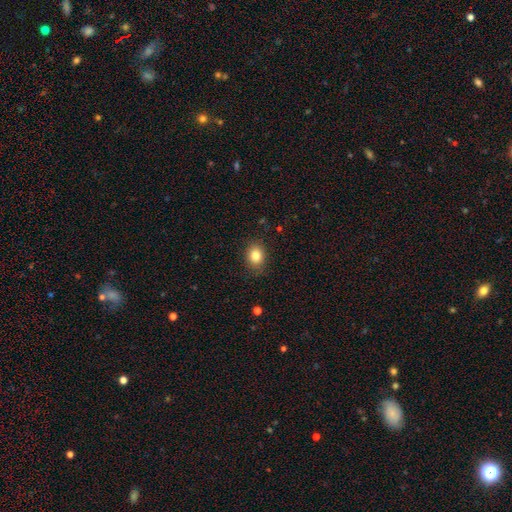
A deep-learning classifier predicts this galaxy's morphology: Smooth or featured?
  - smooth: 84% *
  - star or artifact: 10%
  - featured or disk: 7%
How rounded?
  - in between: 55% *
  - round: 44%
  - cigar-shaped: 1%
Merging?
  - none: 86% *
  - minor disturbance: 11%
  - major disturbance: 3%
  - merger: 1%